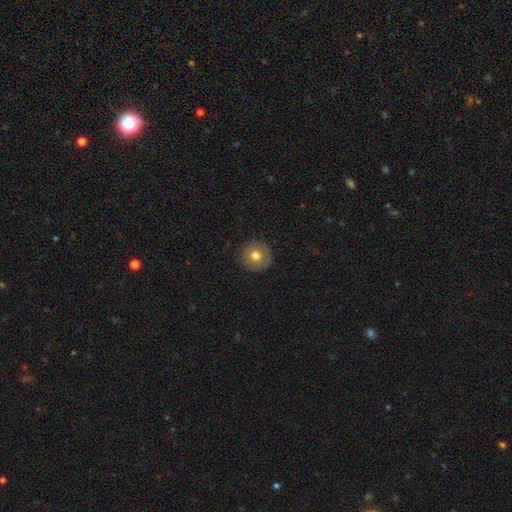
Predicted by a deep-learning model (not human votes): This appears to be a smooth galaxy with no disk features (68%) that is round (95%). Merging: none (89%).